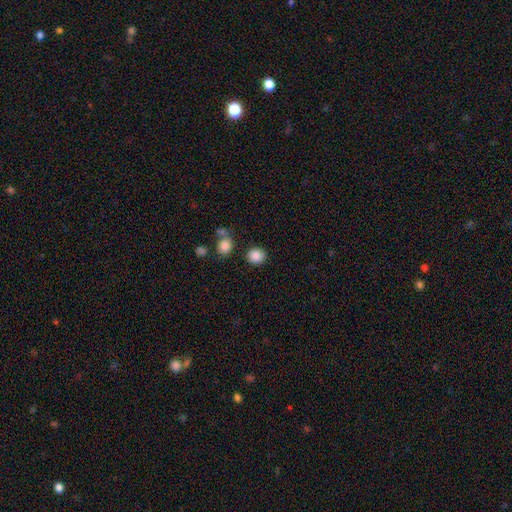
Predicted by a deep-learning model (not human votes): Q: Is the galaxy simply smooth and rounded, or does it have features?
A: smooth — 87%.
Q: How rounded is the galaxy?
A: round — 83%.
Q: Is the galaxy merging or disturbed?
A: none — 85%.